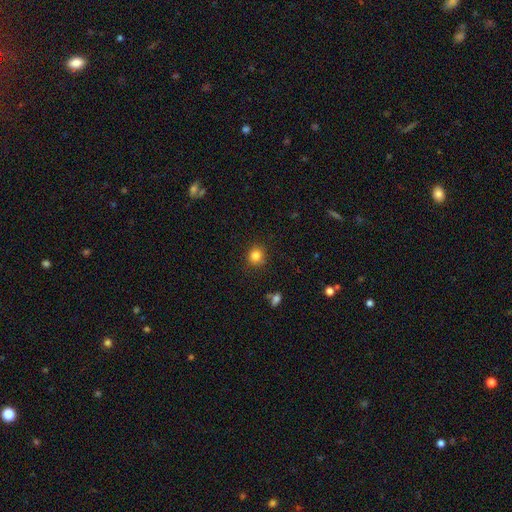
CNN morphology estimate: Smooth or featured? Predicted: smooth (p=0.83). How rounded? Predicted: round (p=0.85). Merging? Predicted: none (p=0.83).